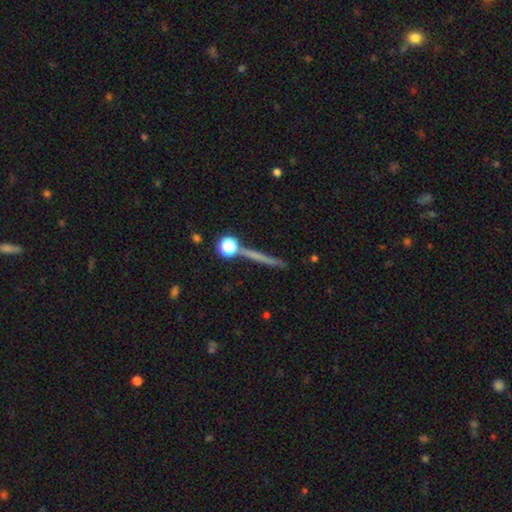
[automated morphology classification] Smooth or featured? Predicted: smooth (p=0.48). Merging? Predicted: none (p=0.81).